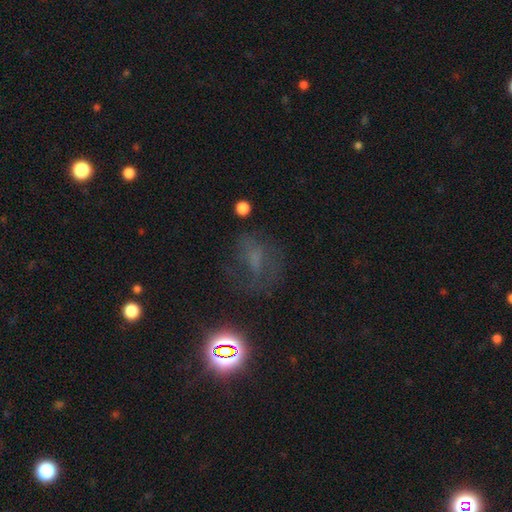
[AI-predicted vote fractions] Overall: star or artifact (38%; smooth 33%).